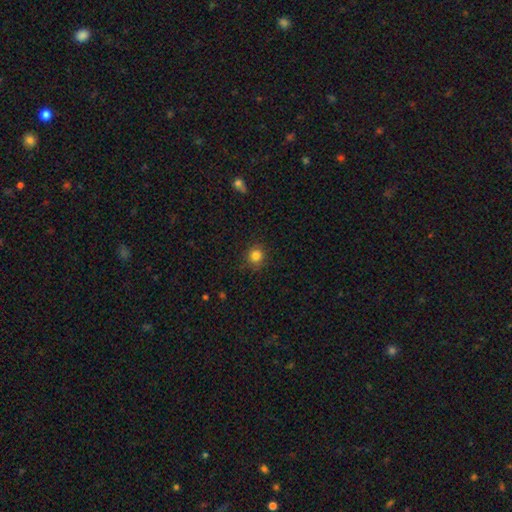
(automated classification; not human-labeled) Q: Smooth or featured?
A: smooth (83%); runner-up: star or artifact (12%)
Q: How rounded?
A: round (88%); runner-up: in between (11%)
Q: Merging?
A: none (88%); runner-up: minor disturbance (9%)